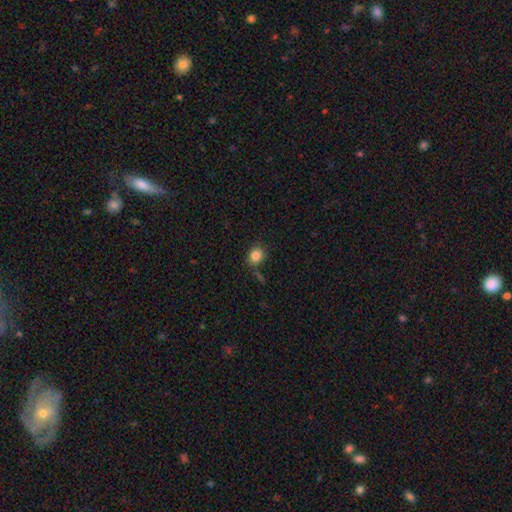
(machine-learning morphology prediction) smooth 84%, star or artifact 11%, featured or disk 5%. Down the decision tree: how rounded — round (70%); merging — none (72%).